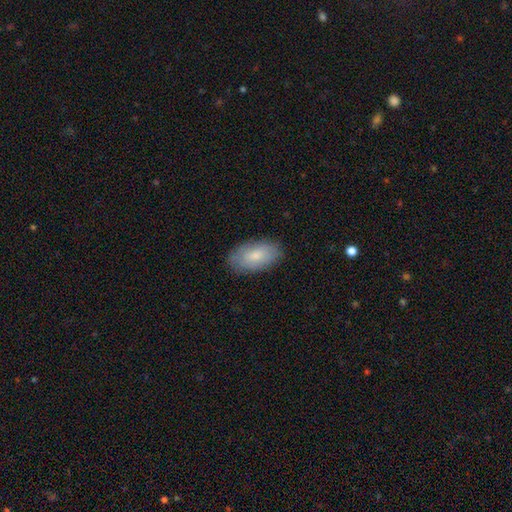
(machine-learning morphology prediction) smooth-or-featured: smooth: 73% | featured or disk: 21% | star or artifact: 6%
  how-rounded: in between: 94% | round: 4% | cigar-shaped: 2%
  merging: none: 83% | minor disturbance: 13% | major disturbance: 3% | merger: 1%